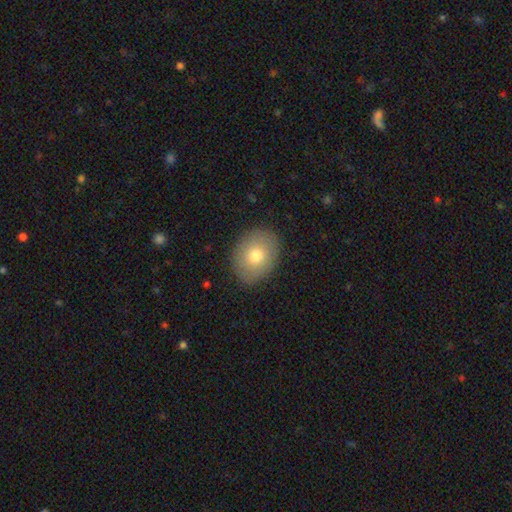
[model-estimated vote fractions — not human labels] Q: Smooth or featured?
A: smooth (76%); runner-up: featured or disk (15%)
Q: How rounded?
A: in between (54%); runner-up: round (45%)
Q: Merging?
A: none (87%); runner-up: minor disturbance (10%)